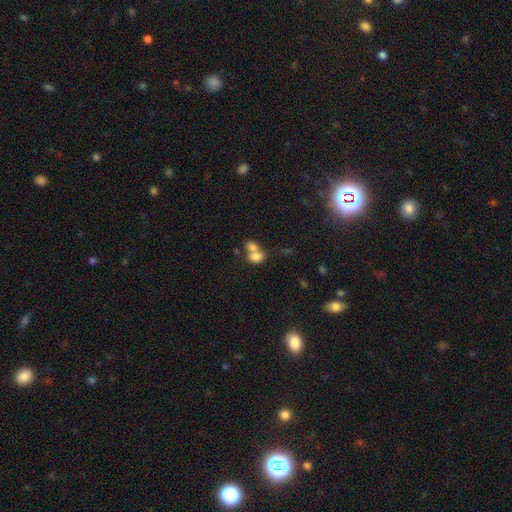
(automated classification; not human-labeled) Smooth or featured? Predicted: smooth (p=0.77). How rounded? Predicted: in between (p=0.64). Merging? Predicted: merger (p=0.65).